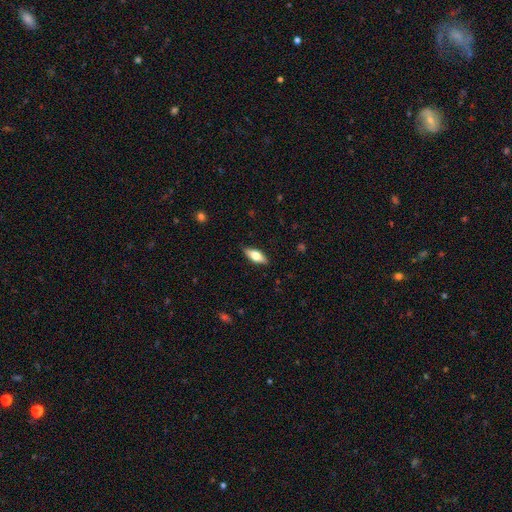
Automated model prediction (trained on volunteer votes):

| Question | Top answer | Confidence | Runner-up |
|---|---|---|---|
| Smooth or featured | smooth | 62% | featured or disk (32%) |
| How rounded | in between | 72% | cigar-shaped (25%) |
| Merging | none | 87% | minor disturbance (10%) |